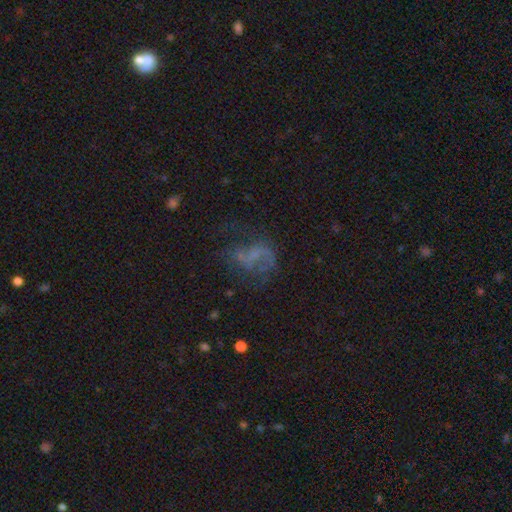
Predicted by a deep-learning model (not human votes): This appears to be a featured or disk galaxy (49%). Merging: major disturbance (39%).